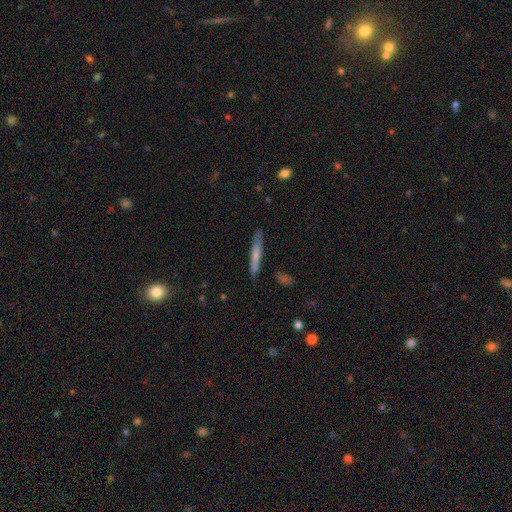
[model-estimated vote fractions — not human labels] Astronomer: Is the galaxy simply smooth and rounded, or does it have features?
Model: smooth — 59% (runner-up: featured or disk, 34%).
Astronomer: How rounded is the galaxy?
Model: cigar-shaped — 93%.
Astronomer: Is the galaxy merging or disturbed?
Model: none — 81%.